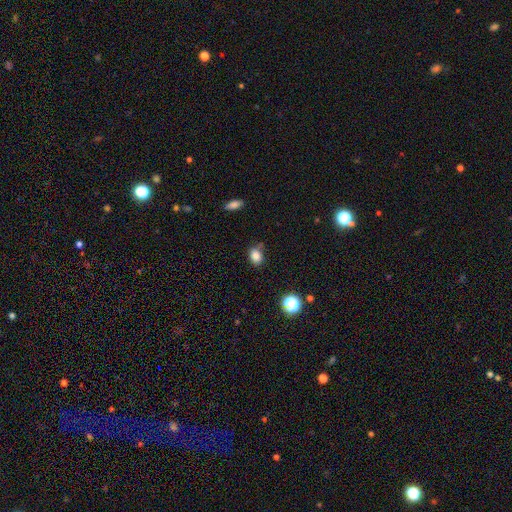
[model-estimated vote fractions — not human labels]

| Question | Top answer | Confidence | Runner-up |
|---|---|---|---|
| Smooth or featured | smooth | 82% | star or artifact (12%) |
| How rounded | in between | 56% | round (43%) |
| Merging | none | 72% | minor disturbance (18%) |